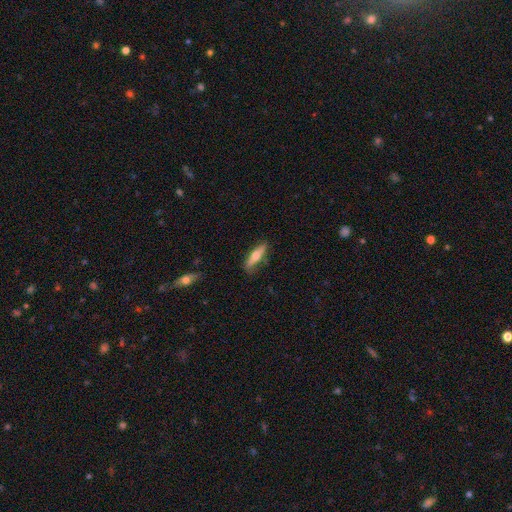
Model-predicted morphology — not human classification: Overall: smooth (56%; featured or disk 38%). How rounded: cigar-shaped (71%). Merging: none (79%).